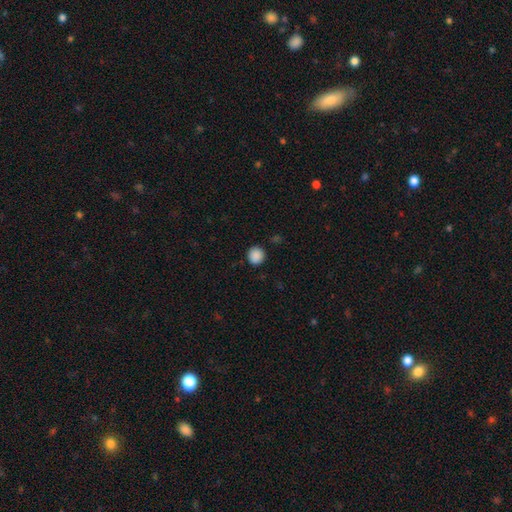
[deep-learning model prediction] Smooth or featured: smooth — 88% (star or artifact — 9%)
How rounded: round — 88% (in between — 11%)
Merging: none — 90% (minor disturbance — 7%)